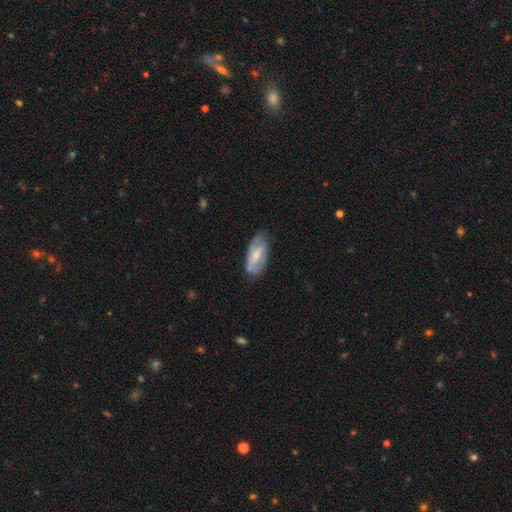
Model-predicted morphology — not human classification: Q: Smooth or featured?
A: featured or disk (50%); runner-up: smooth (44%)
Q: Merging?
A: none (64%); runner-up: minor disturbance (27%)